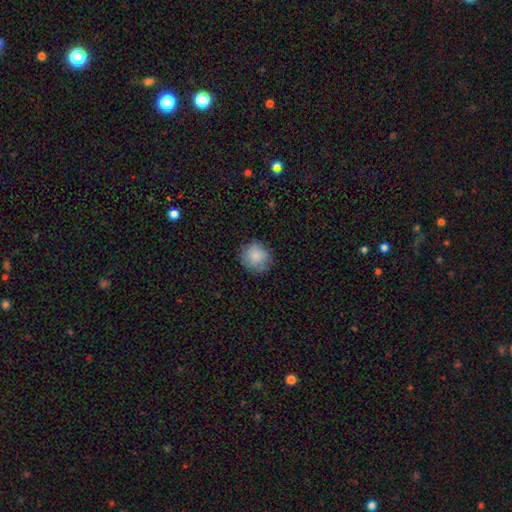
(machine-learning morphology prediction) Smooth or featured: smooth — 84% (featured or disk — 9%)
How rounded: round — 85% (in between — 14%)
Merging: none — 79% (minor disturbance — 17%)